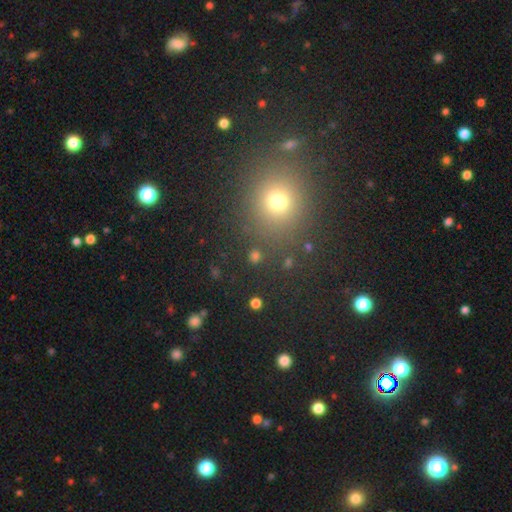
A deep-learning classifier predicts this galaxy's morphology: This appears to be a smooth galaxy with no disk features (61%) that is round (84%). Merging: none (84%).